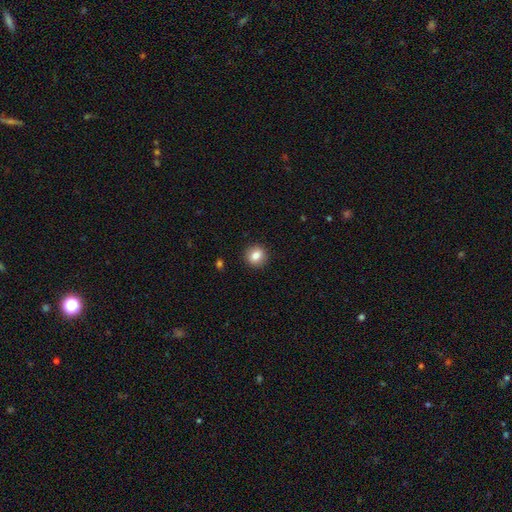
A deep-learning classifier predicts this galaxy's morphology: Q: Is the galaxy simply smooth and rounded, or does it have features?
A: smooth — 83%.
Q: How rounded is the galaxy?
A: round — 85%.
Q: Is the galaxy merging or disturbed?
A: none — 92%.